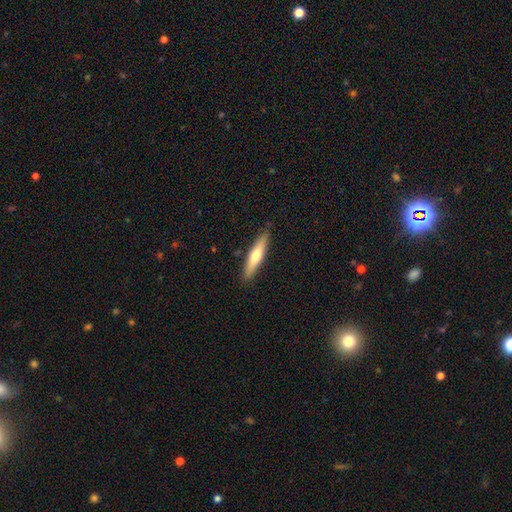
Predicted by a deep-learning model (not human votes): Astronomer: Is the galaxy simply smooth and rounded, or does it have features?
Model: smooth — 54% (runner-up: featured or disk, 41%).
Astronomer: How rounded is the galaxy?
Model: cigar-shaped — 84%.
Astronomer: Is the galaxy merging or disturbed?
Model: none — 87%.